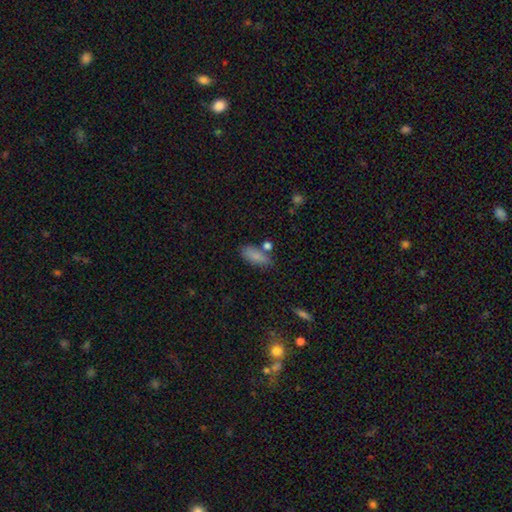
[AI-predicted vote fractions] Smooth or featured? Predicted: smooth (p=0.83). How rounded? Predicted: in between (p=0.80). Merging? Predicted: none (p=0.63).